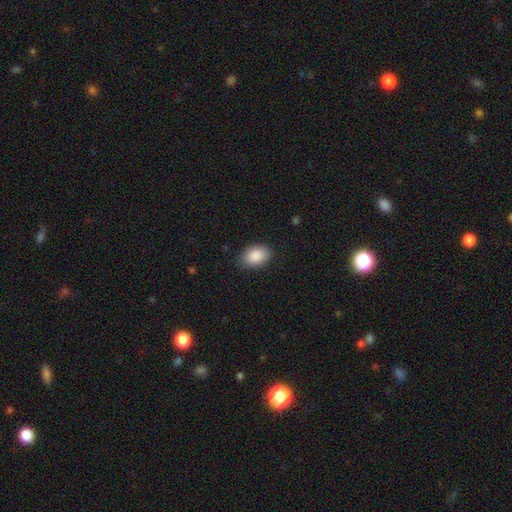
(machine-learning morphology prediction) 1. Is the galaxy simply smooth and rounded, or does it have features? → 90% smooth, 7% star or artifact, 4% featured or disk.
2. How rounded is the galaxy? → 87% in between, 12% round, 1% cigar-shaped.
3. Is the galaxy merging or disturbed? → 85% none, 11% minor disturbance, 3% major disturbance, 1% merger.